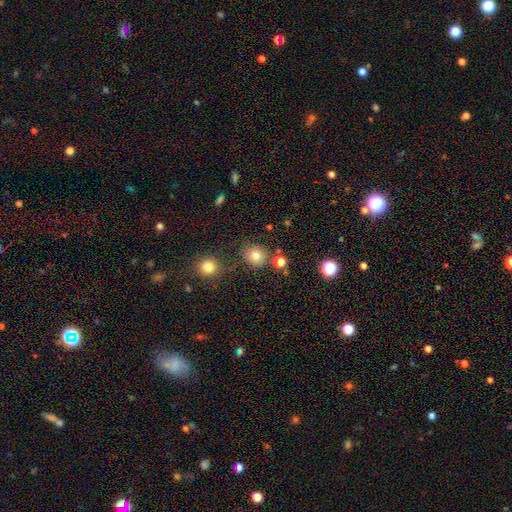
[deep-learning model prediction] Morphology: type=smooth (80%); roundness=round (87%); merging=none (80%).